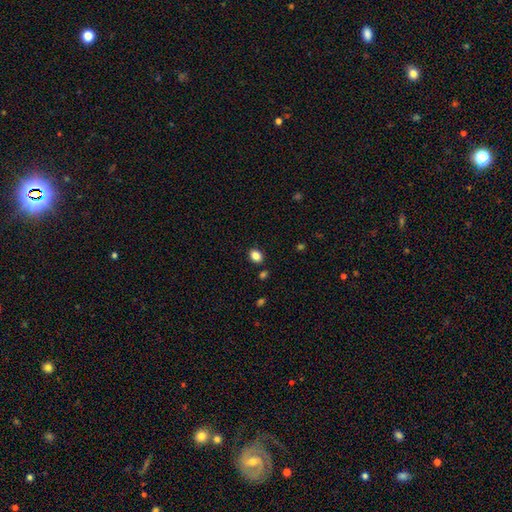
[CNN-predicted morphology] smooth 85%, star or artifact 10%, featured or disk 5%. Down the decision tree: how rounded — in between (62%); merging — none (85%).